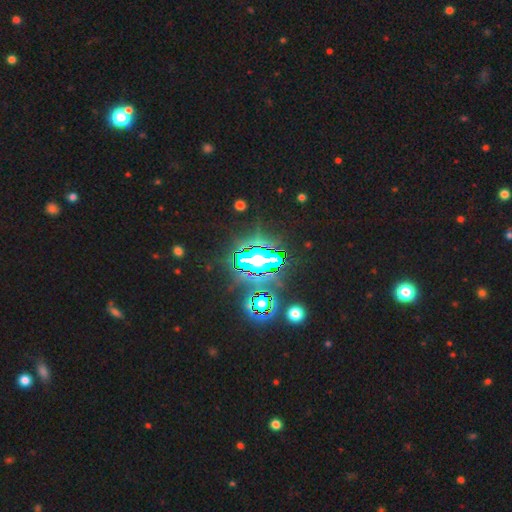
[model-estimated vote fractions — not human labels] This appears to be a star or artifact, not a galaxy (84%).